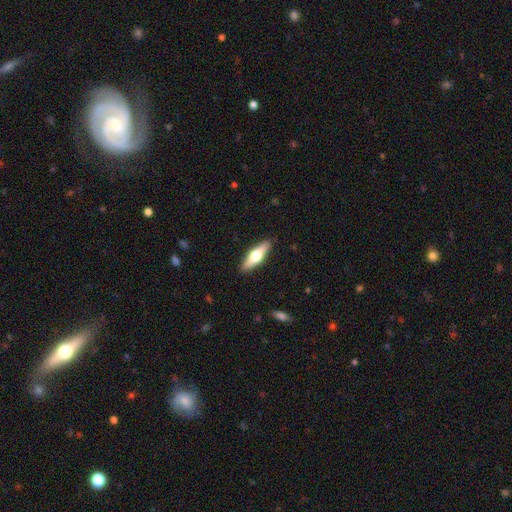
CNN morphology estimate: Smooth or featured? featured or disk (51%)
Edge-on disk? yes (92%)
Merging? none (89%)